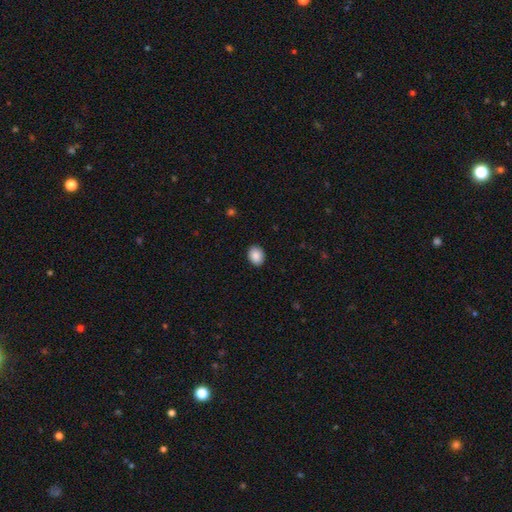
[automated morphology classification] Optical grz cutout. It shows a smooth galaxy with no disk features (89%) that is in between round and cigar-shaped (54%). Merging: none (90%).